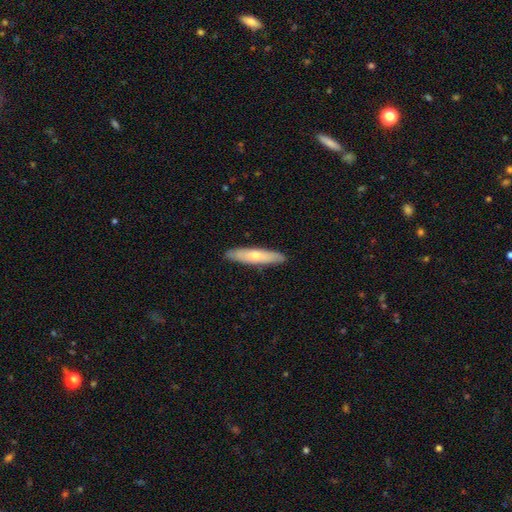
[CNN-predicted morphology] Smooth or featured: smooth — 59% (featured or disk — 36%)
How rounded: cigar-shaped — 84% (in between — 14%)
Merging: none — 89% (minor disturbance — 9%)